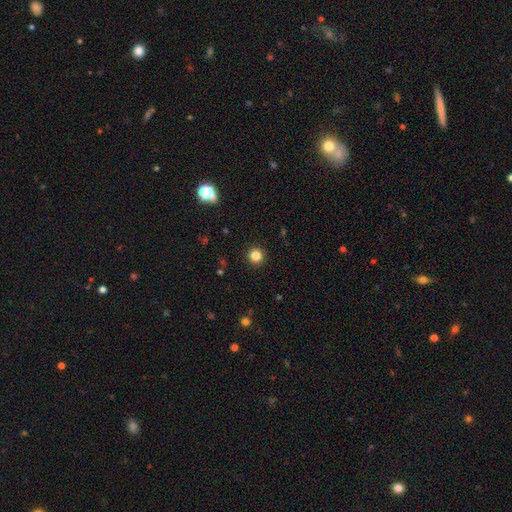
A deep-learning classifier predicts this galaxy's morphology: Overall: smooth (83%). How rounded: round (95%). Merging: none (93%).